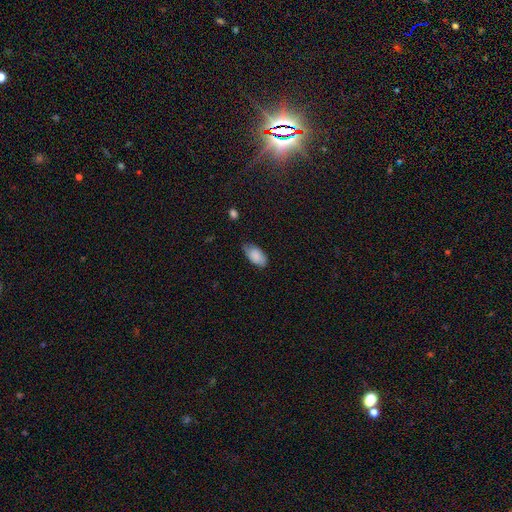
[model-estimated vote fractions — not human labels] smooth_or_featured: smooth (p=0.82) [alt: featured or disk p=0.11]
how_rounded: in between (p=0.94) [alt: round p=0.04]
merging: none (p=0.62) [alt: minor disturbance p=0.31]